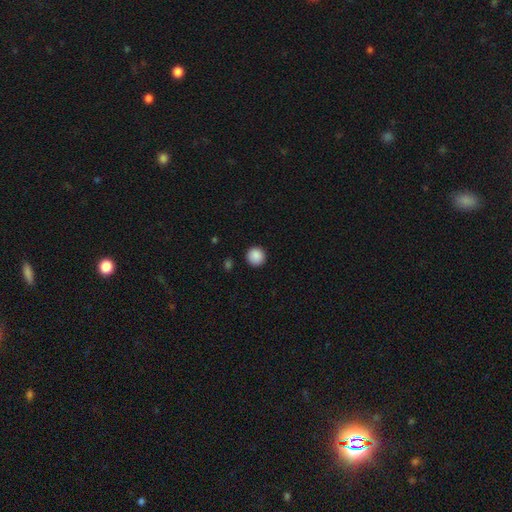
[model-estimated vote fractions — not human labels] Smooth or featured?
  - smooth: 89% *
  - star or artifact: 8%
  - featured or disk: 2%
How rounded?
  - round: 95% *
  - in between: 4%
  - cigar-shaped: 1%
Merging?
  - none: 92% *
  - minor disturbance: 5%
  - major disturbance: 2%
  - merger: 1%